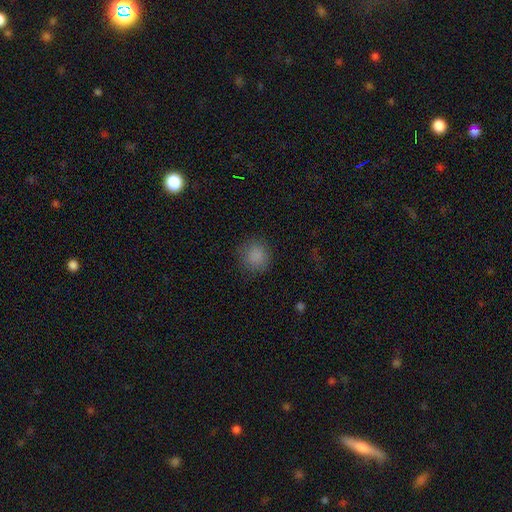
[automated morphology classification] A smooth galaxy with no disk features (85%) that is round (90%). Merging: none (85%).